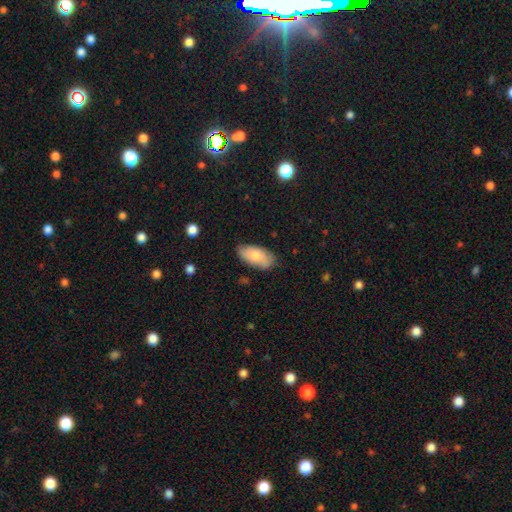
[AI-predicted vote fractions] smooth_or_featured: smooth (p=0.77) [alt: featured or disk p=0.17]
how_rounded: in between (p=0.93) [alt: cigar-shaped p=0.04]
merging: none (p=0.76) [alt: minor disturbance p=0.20]